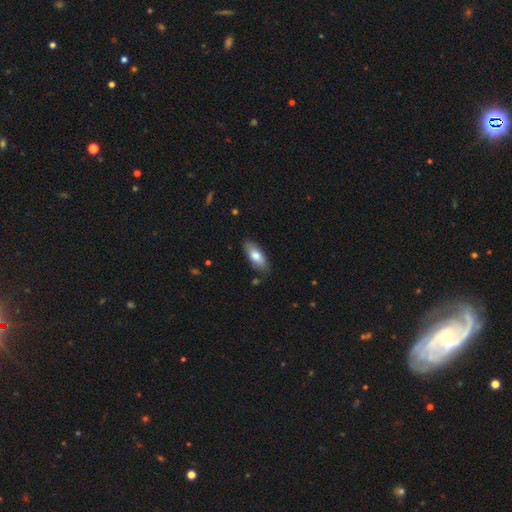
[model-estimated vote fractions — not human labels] Smooth or featured? Predicted: smooth (p=0.75). How rounded? Predicted: in between (p=0.76). Merging? Predicted: none (p=0.83).